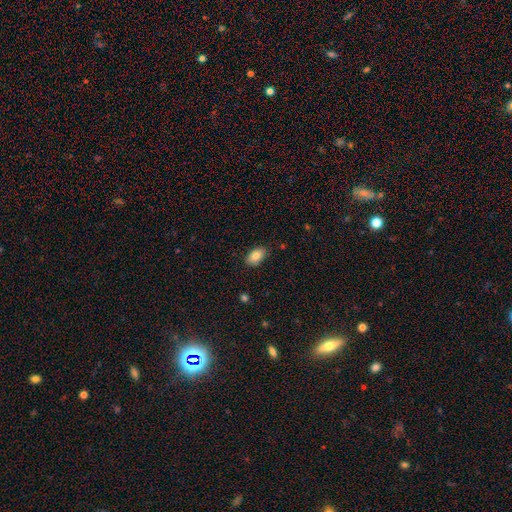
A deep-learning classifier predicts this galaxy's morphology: smooth 85%, featured or disk 8%, star or artifact 7%. Down the decision tree: how rounded — in between (92%); merging — none (84%).